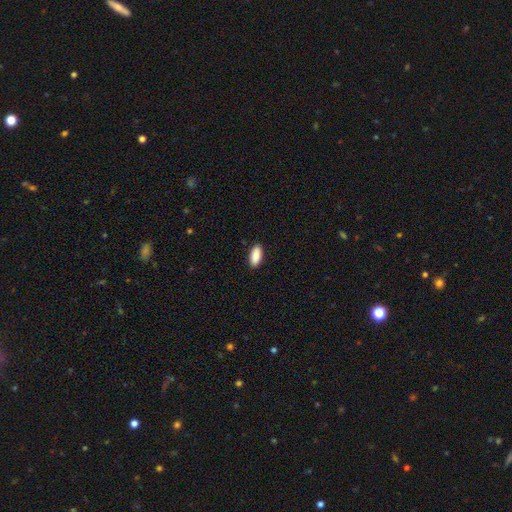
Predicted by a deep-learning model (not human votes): smooth-or-featured: smooth: 91% | star or artifact: 6% | featured or disk: 3%
  how-rounded: in between: 88% | cigar-shaped: 10% | round: 2%
  merging: none: 90% | minor disturbance: 8% | major disturbance: 2% | merger: 1%